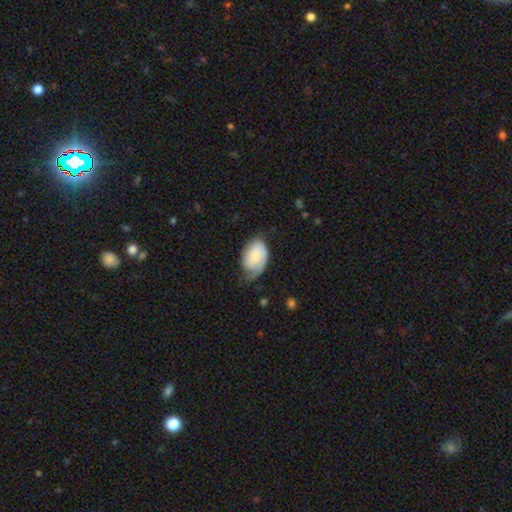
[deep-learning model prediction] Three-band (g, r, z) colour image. It shows a smooth galaxy with no disk features (49%). Merging: none (46%).